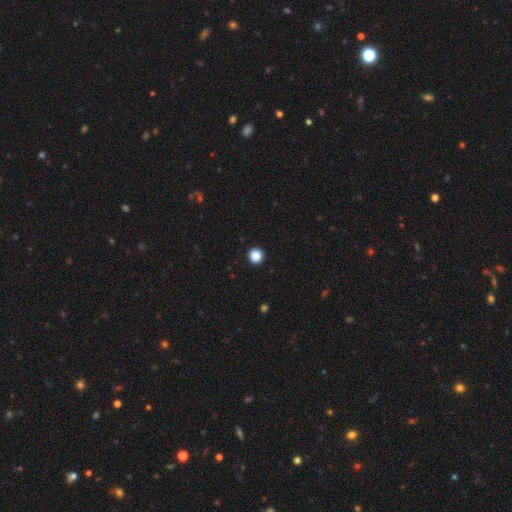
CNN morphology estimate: type=smooth (88%); roundness=round (95%); merging=none (93%).